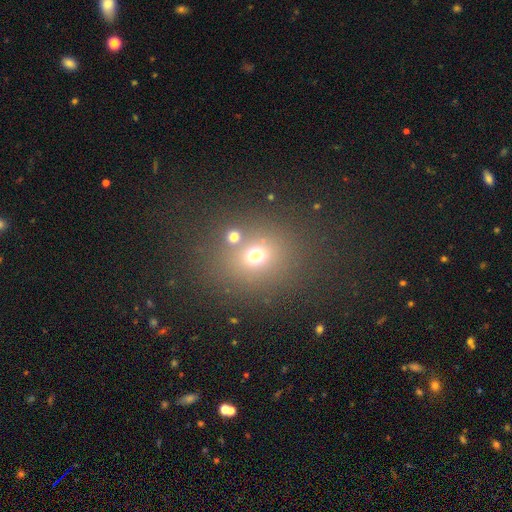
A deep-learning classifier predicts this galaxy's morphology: This appears to be a smooth galaxy with no disk features (67%) that is round (73%). Merging: none (66%).